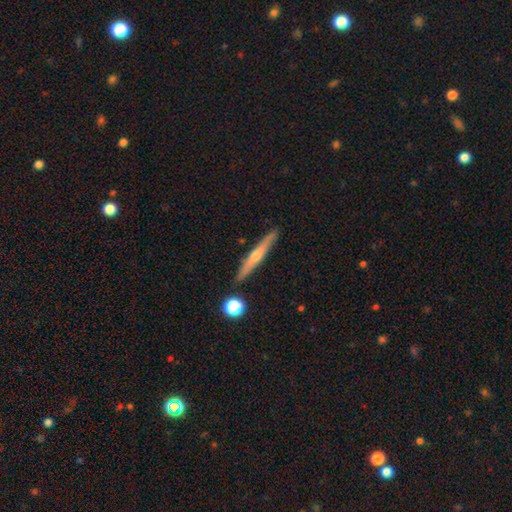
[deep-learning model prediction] Q: Smooth or featured?
A: featured or disk (65%); runner-up: smooth (27%)
Q: Edge-on disk?
A: yes (96%); runner-up: no (4%)
Q: Edge-on bulge?
A: rounded (78%); runner-up: none (17%)
Q: Merging?
A: none (87%); runner-up: minor disturbance (8%)